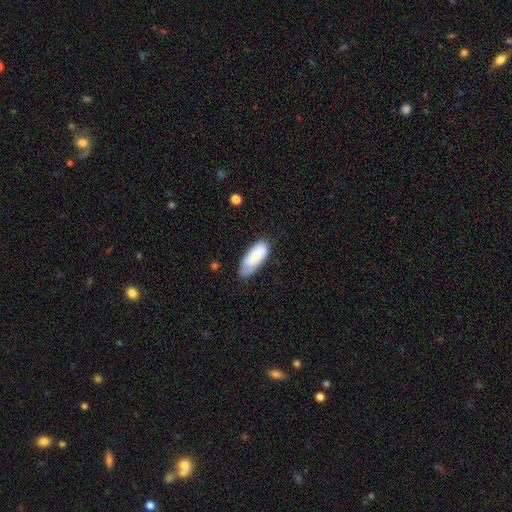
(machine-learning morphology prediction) smooth_or_featured: smooth (p=0.74) [alt: featured or disk p=0.20]
how_rounded: in between (p=0.79) [alt: cigar-shaped p=0.19]
merging: none (p=0.65) [alt: minor disturbance p=0.27]